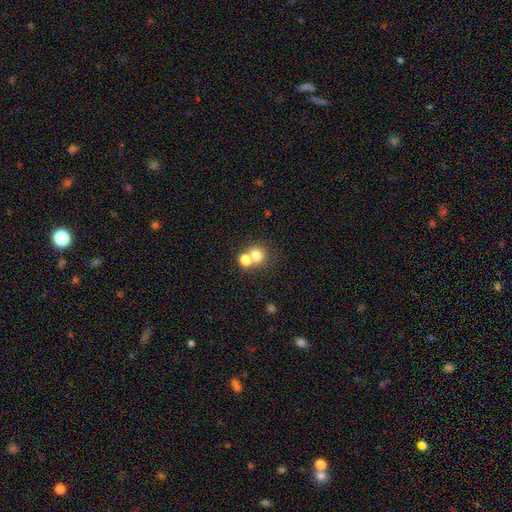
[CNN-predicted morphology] This appears to be a smooth galaxy with no disk features (73%) that is round (86%). Merging: none (47%).